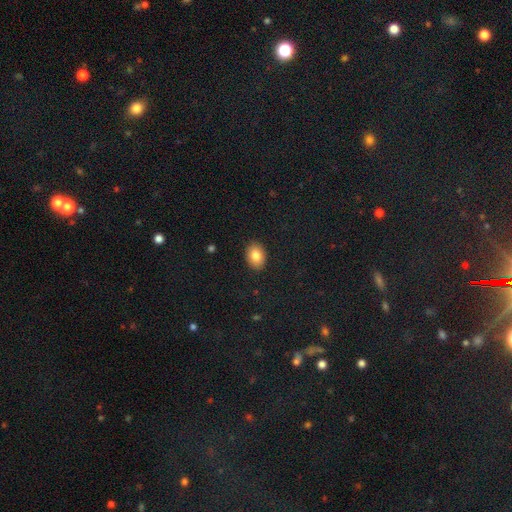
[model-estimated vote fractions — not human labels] Smooth or featured: smooth — 83% (featured or disk — 9%)
How rounded: in between — 72% (round — 27%)
Merging: none — 90% (minor disturbance — 7%)